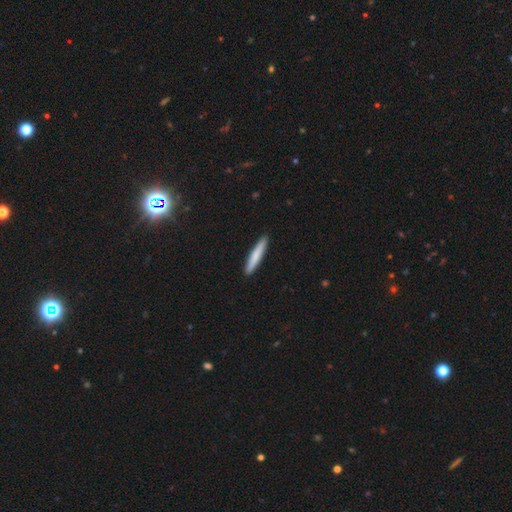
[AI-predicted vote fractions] The model was most divided on "smooth or featured": smooth: 76%, featured or disk: 19%, star or artifact: 5%. More confident: how rounded — cigar-shaped (94%); merging — none (92%).